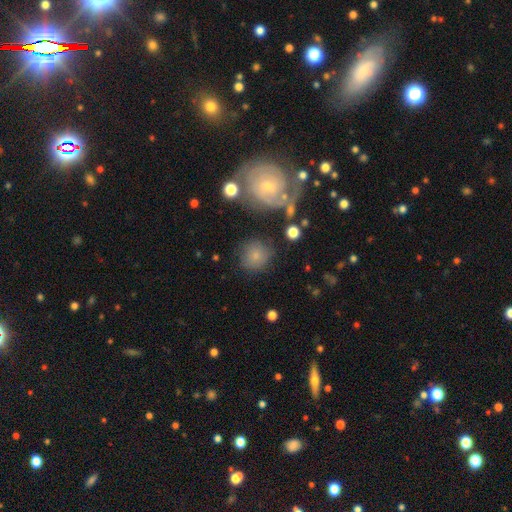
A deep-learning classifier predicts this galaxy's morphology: smooth_or_featured: smooth (p=0.73) [alt: featured or disk p=0.16]
how_rounded: round (p=0.87) [alt: in between p=0.12]
merging: none (p=0.74) [alt: minor disturbance p=0.14]